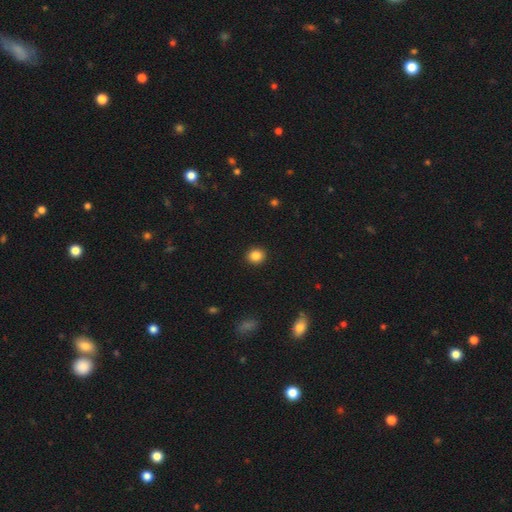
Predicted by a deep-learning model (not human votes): Smooth or featured: smooth — 86% (star or artifact — 10%)
How rounded: round — 82% (in between — 17%)
Merging: none — 92% (minor disturbance — 5%)